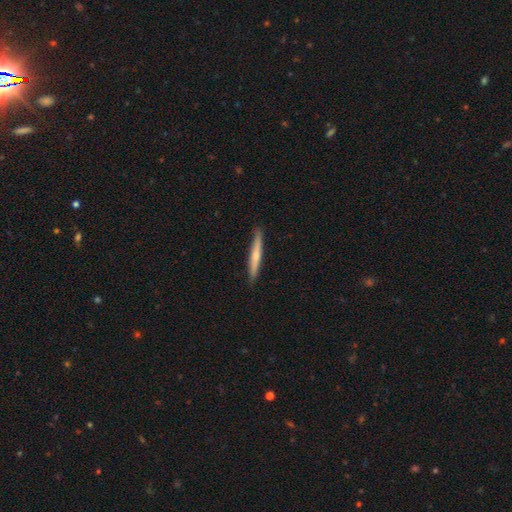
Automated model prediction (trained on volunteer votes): A smooth galaxy with no disk features (52%) that is cigar-shaped (95%). Merging: none (90%).